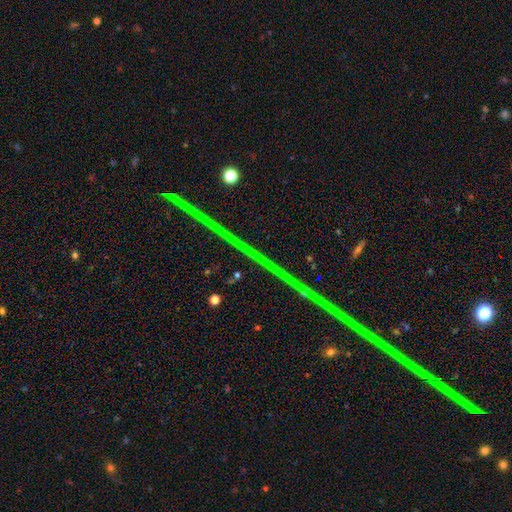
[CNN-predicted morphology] Overall: star or artifact (88%).